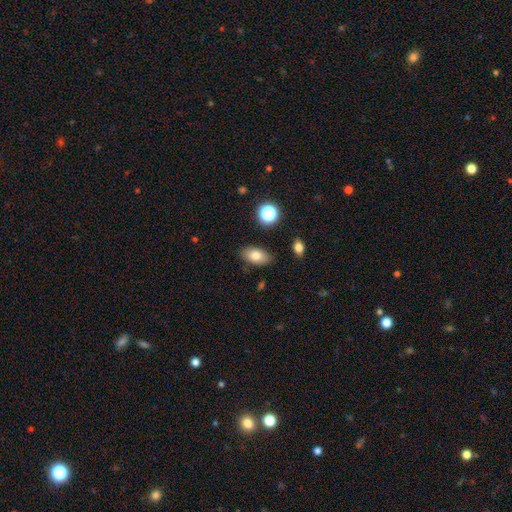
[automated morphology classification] Smooth or featured: smooth — 78% (featured or disk — 12%)
How rounded: in between — 89% (round — 8%)
Merging: none — 85% (minor disturbance — 11%)